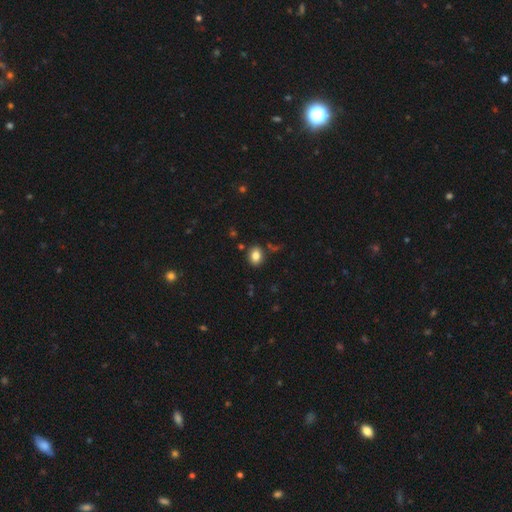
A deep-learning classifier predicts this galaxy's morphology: type=smooth (82%); roundness=in between (58%); merging=none (83%).